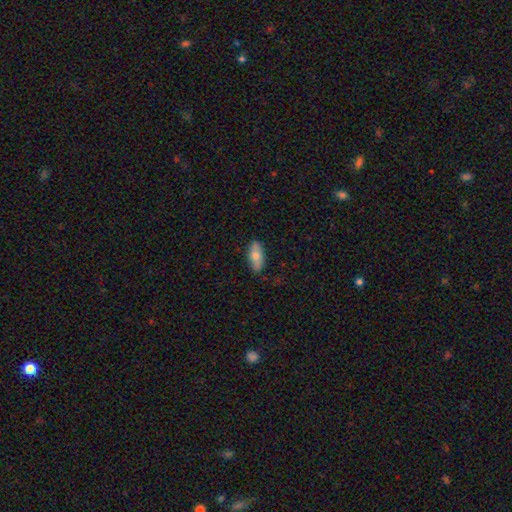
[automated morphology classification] smooth_or_featured: smooth (p=0.67) [alt: featured or disk p=0.27]
how_rounded: in between (p=0.77) [alt: cigar-shaped p=0.19]
merging: none (p=0.84) [alt: minor disturbance p=0.12]